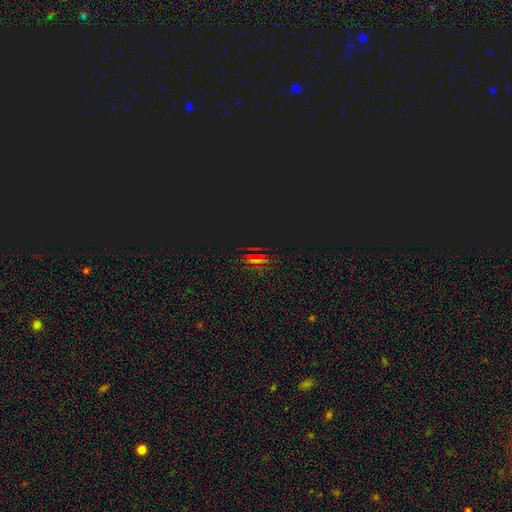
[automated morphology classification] Overall: star or artifact (73%).